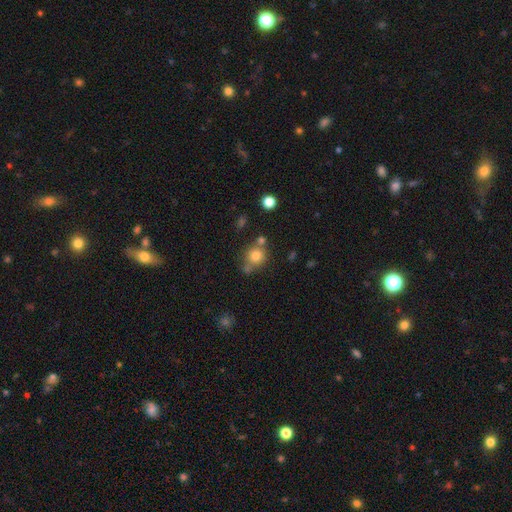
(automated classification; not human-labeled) smooth_or_featured: smooth (p=0.79) [alt: star or artifact p=0.12]
how_rounded: round (p=0.85) [alt: in between p=0.14]
merging: none (p=0.61) [alt: merger p=0.20]